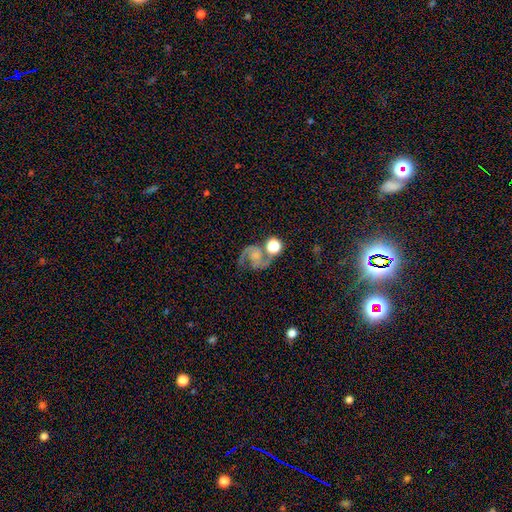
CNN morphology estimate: featured or disk 80%, smooth 12%, star or artifact 8%. Down the decision tree: edge-on disk — no (98%); bar — no (67%); spiral arms — yes (96%); spiral arm count — 2 (91%); spiral winding — medium (51%); bulge size — small (35%); merging — none (49%).